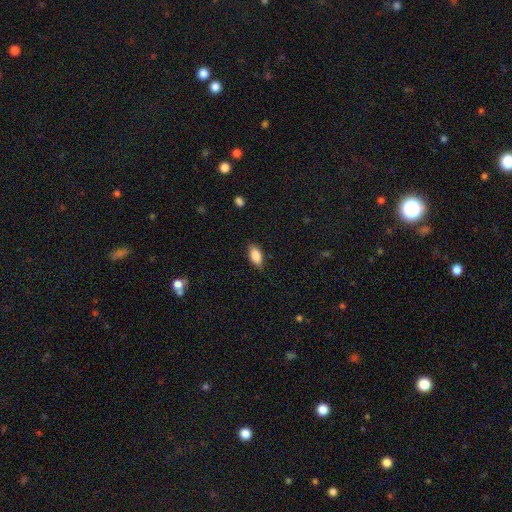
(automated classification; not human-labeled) Morphology: type=smooth (86%); roundness=in between (90%); merging=none (85%).